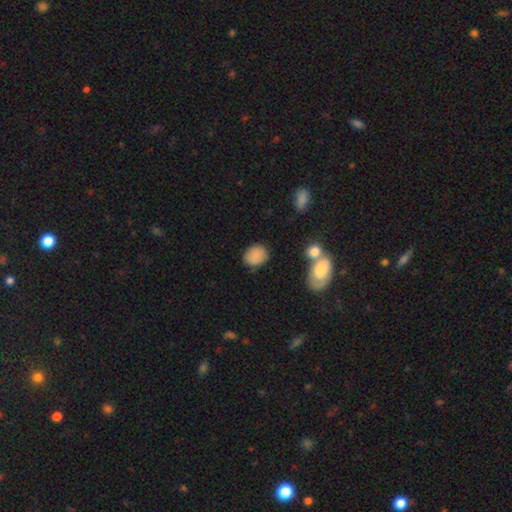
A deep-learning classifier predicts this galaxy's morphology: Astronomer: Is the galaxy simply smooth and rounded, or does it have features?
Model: smooth — 86%.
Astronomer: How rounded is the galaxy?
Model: in between — 50% (runner-up: round, 48%).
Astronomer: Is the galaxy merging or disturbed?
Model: none — 78%.